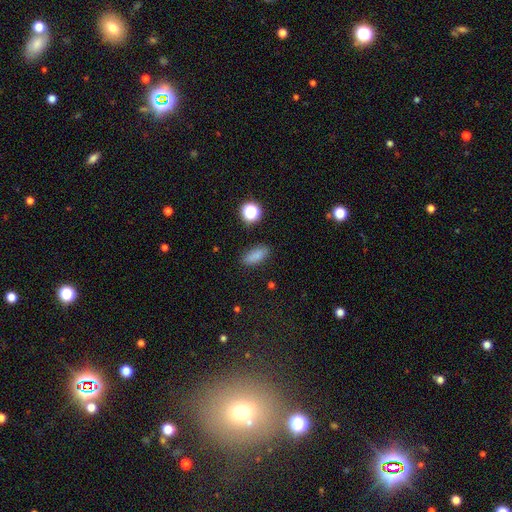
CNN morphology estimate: This appears to be a smooth galaxy with no disk features (82%) that is in between round and cigar-shaped (72%). Merging: none (86%).